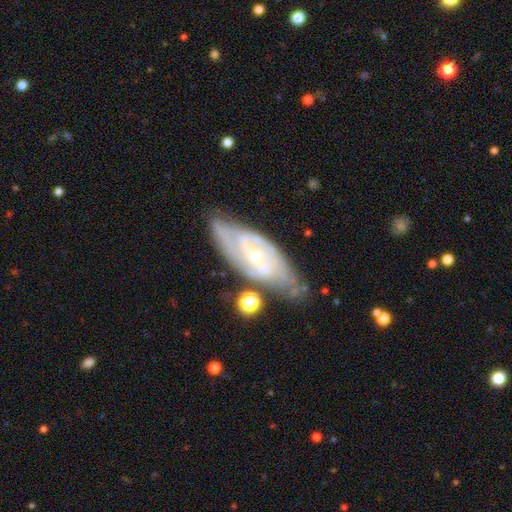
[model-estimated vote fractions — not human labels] featured or disk 85%, smooth 10%, star or artifact 5%. Down the decision tree: edge-on disk — no (90%); bar — no (43%); spiral arms — yes (93%); spiral arm count — 2 (55%); spiral winding — tight (51%); bulge size — small (75%); merging — none (68%).